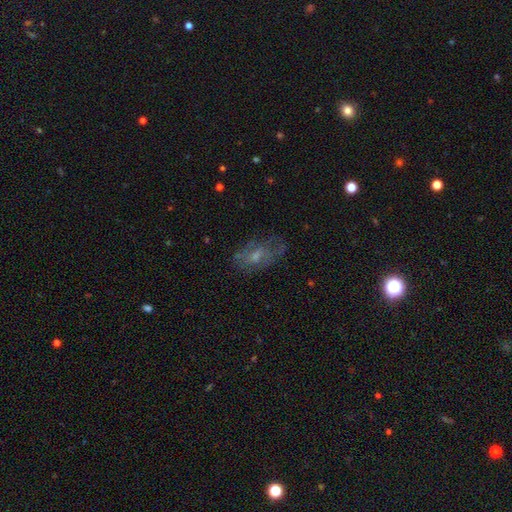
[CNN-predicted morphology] Smooth or featured? featured or disk (50%)
Merging? none (53%)